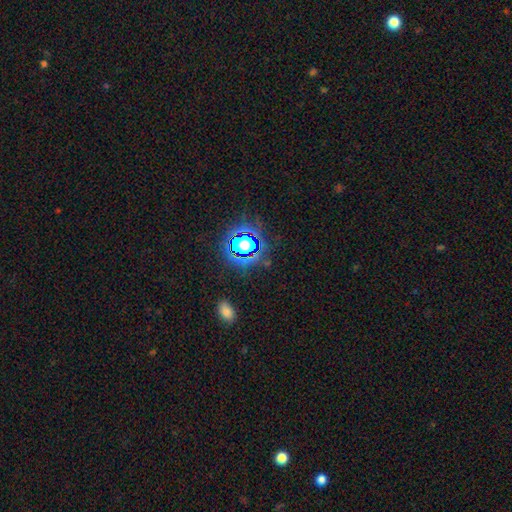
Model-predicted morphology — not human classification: This is likely a star or artifact rather than a galaxy (78%).